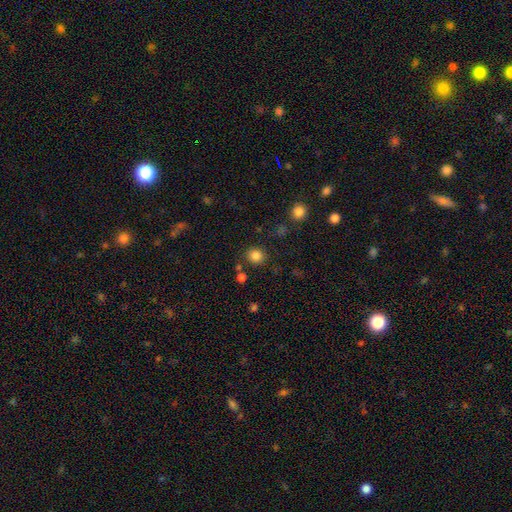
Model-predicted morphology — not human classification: Smooth or featured? smooth (84%)
How rounded? round (82%)
Merging? none (85%)